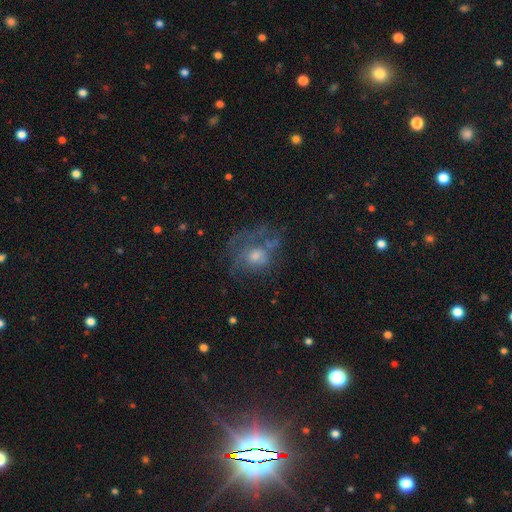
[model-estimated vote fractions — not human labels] Smooth or featured? featured or disk (51%)
Edge-on disk? no (97%)
Merging? none (42%)